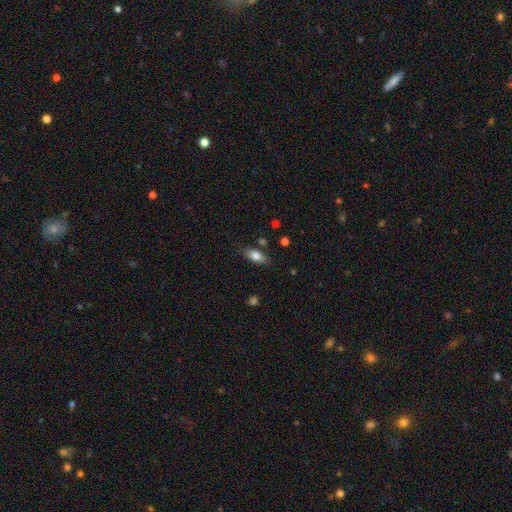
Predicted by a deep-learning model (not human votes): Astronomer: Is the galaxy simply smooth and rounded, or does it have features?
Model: smooth — 76%.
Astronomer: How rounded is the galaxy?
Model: in between — 81%.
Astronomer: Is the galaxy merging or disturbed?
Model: none — 80%.